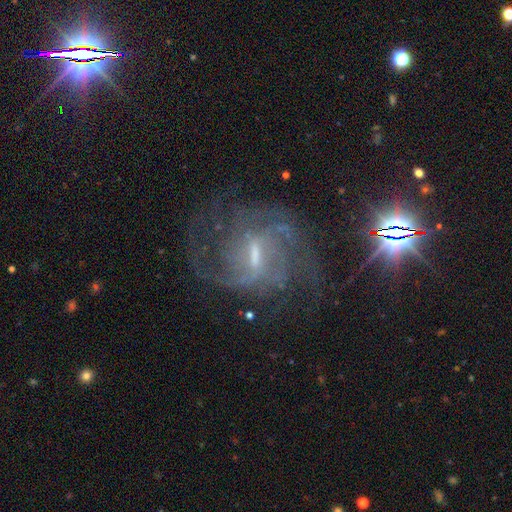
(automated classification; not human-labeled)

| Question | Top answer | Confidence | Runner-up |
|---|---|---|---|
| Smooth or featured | featured or disk | 81% | star or artifact (13%) |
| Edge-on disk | no | 96% | yes (4%) |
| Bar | weak | 45% | tied: strong (45%) |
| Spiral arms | yes | 95% | no (5%) |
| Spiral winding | medium | 51% | tight (27%) |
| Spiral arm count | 2 | 45% | can't tell (23%) |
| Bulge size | small | 48% | moderate (31%) |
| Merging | none | 64% | major disturbance (18%) |